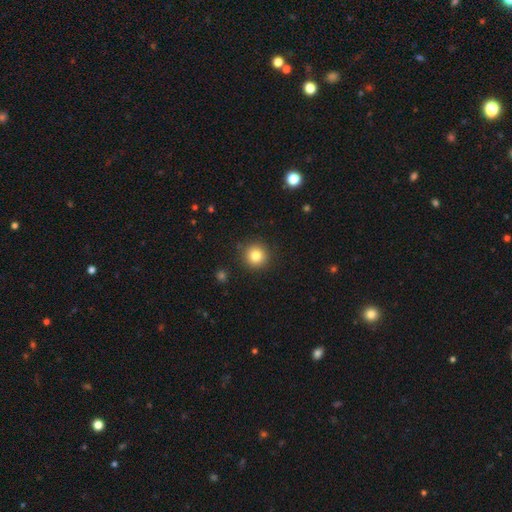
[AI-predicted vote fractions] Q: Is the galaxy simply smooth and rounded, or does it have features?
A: smooth — 81%.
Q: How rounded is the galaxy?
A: round — 94%.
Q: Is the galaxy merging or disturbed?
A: none — 90%.